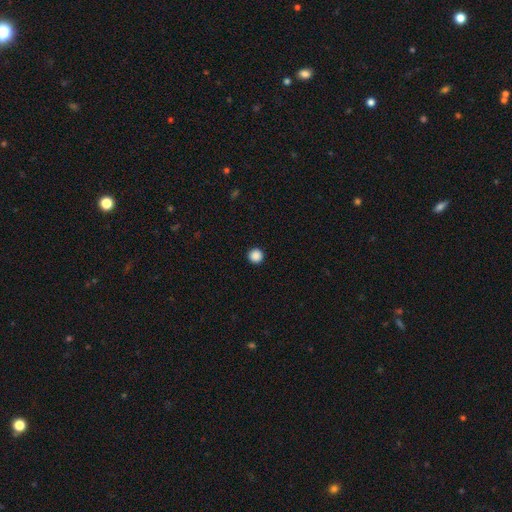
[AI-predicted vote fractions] Smooth or featured?
  - smooth: 88% *
  - star or artifact: 10%
  - featured or disk: 2%
How rounded?
  - round: 96% *
  - in between: 3%
  - cigar-shaped: 1%
Merging?
  - none: 94% *
  - minor disturbance: 3%
  - major disturbance: 1%
  - merger: 1%